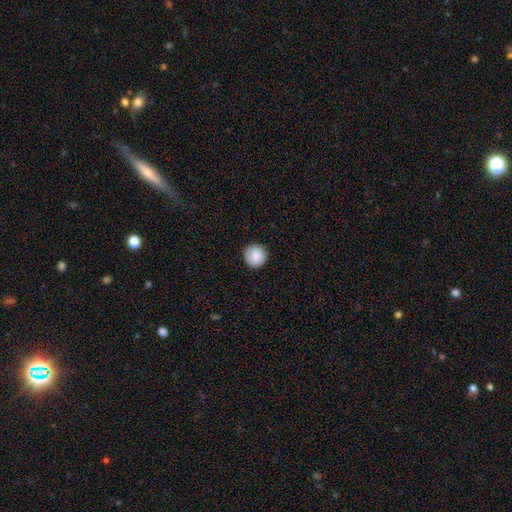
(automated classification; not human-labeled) smooth-or-featured: smooth: 87% | star or artifact: 7% | featured or disk: 6%
  how-rounded: round: 94% | in between: 5% | cigar-shaped: 1%
  merging: none: 87% | minor disturbance: 10% | major disturbance: 2% | merger: 1%